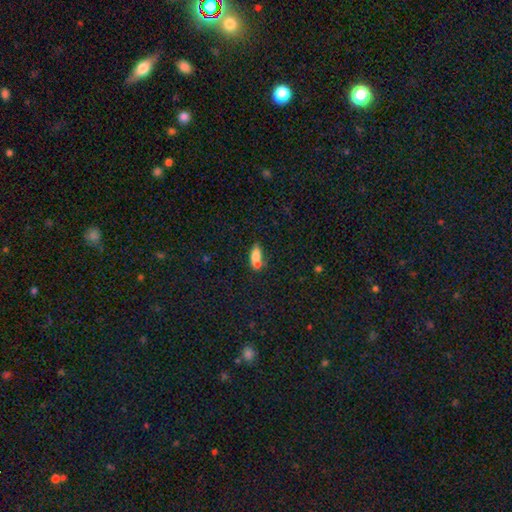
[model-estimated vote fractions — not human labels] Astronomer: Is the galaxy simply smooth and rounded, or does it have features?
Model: smooth — 77%.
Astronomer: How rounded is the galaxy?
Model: in between — 77%.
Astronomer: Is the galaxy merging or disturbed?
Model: none — 39% (runner-up: merger, 38%).